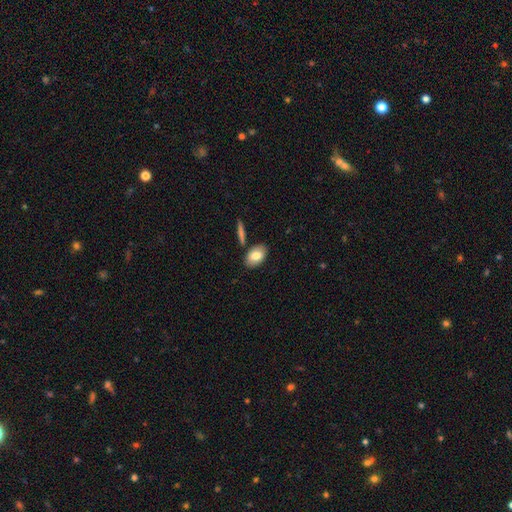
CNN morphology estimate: Smooth or featured? smooth (79%)
How rounded? in between (91%)
Merging? none (80%)